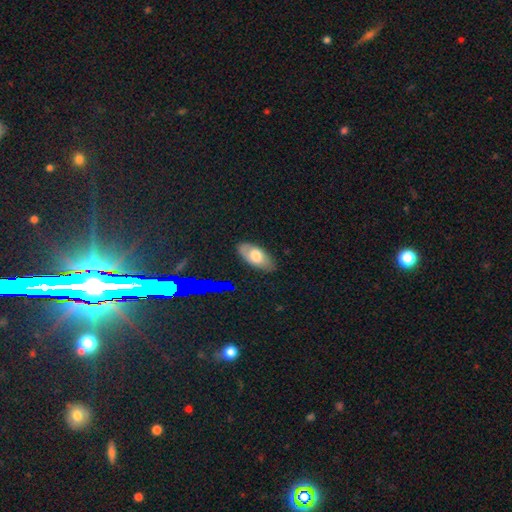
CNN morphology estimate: The model was most divided on "smooth or featured": smooth: 67%, featured or disk: 24%, star or artifact: 9%. More confident: how rounded — in between (91%); merging — none (82%).